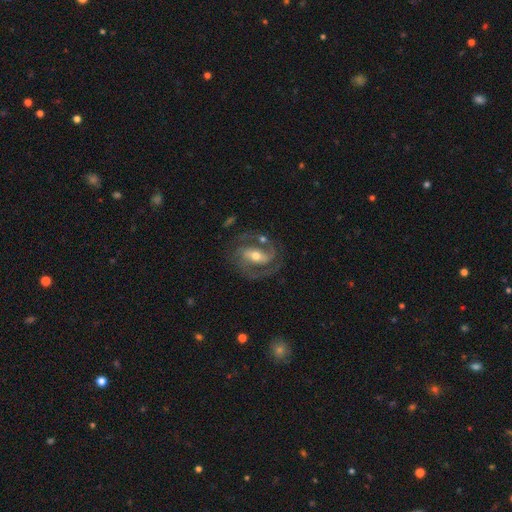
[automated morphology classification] smooth_or_featured: featured or disk (p=0.87) [alt: smooth p=0.07]
disk_edge_on: no (p=0.96) [alt: yes p=0.04]
bar: strong (p=0.48) [alt: weak p=0.33]
has_spiral_arms: yes (p=0.95) [alt: no p=0.05]
spiral_winding: medium (p=0.53) [alt: tight p=0.35]
spiral_arm_count: 2 (p=0.89) [alt: can't tell p=0.04]
bulge_size: moderate (p=0.61) [alt: small p=0.32]
merging: none (p=0.75) [alt: minor disturbance p=0.13]